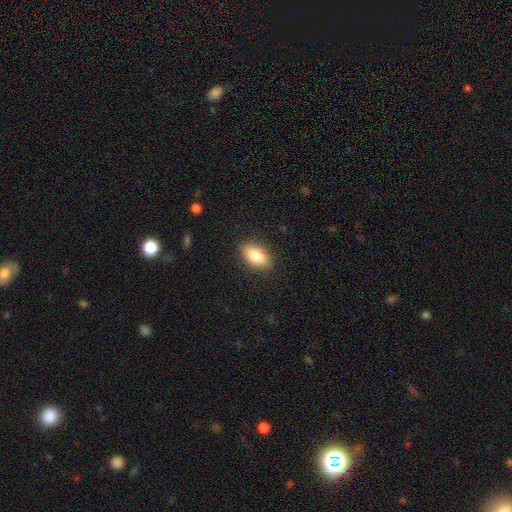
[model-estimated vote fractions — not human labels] smooth_or_featured: smooth (p=0.81) [alt: featured or disk p=0.12]
how_rounded: in between (p=0.89) [alt: round p=0.07]
merging: none (p=0.87) [alt: minor disturbance p=0.09]